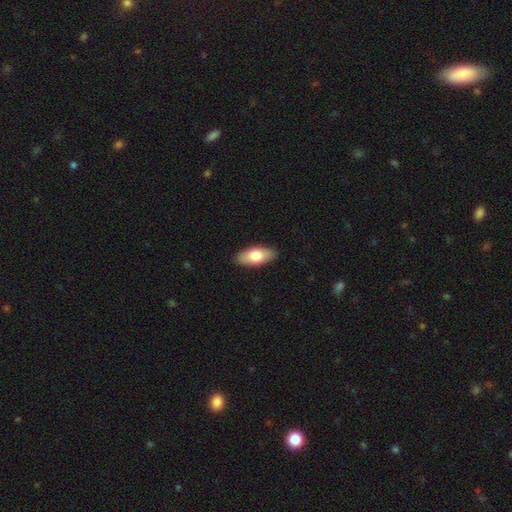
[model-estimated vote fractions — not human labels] Smooth or featured?
  - smooth: 74% *
  - featured or disk: 20%
  - star or artifact: 6%
How rounded?
  - in between: 85% *
  - cigar-shaped: 12%
  - round: 3%
Merging?
  - none: 89% *
  - minor disturbance: 8%
  - major disturbance: 2%
  - merger: 1%